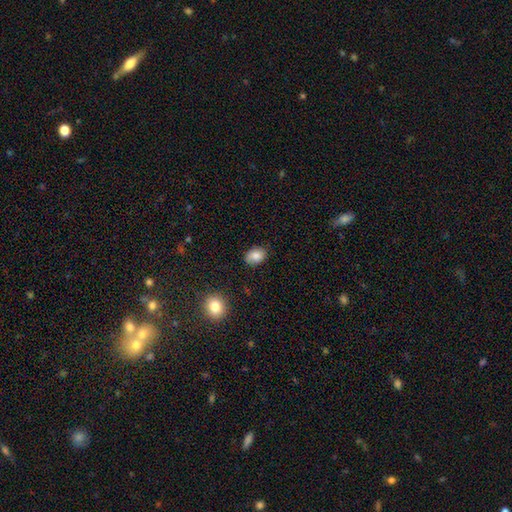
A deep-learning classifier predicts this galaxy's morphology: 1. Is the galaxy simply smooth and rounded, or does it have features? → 83% smooth, 9% star or artifact, 8% featured or disk.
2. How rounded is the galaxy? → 73% in between, 26% round, 1% cigar-shaped.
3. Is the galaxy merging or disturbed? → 81% none, 15% minor disturbance, 3% major disturbance, 2% merger.